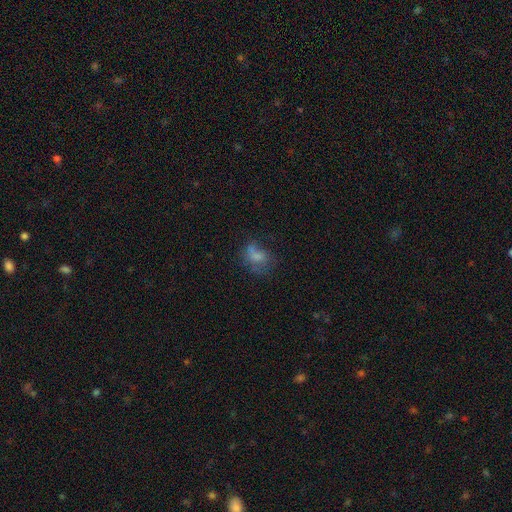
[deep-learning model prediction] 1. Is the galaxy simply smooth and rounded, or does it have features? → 63% smooth, 23% featured or disk, 14% star or artifact.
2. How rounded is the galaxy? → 66% in between, 32% round, 2% cigar-shaped.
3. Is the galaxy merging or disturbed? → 35% none, 27% major disturbance, 23% minor disturbance, 15% merger.